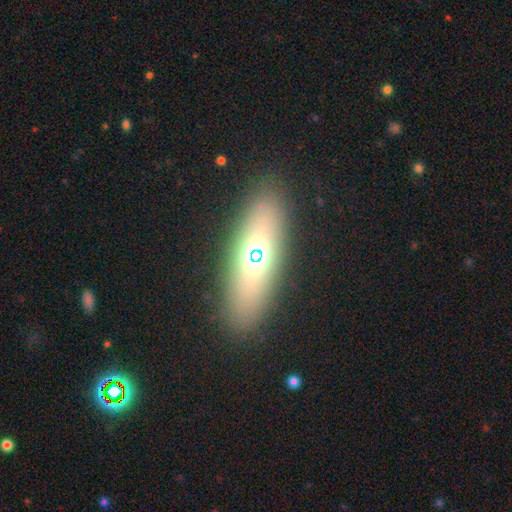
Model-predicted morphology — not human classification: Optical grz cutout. It shows a smooth galaxy with no disk features (55%) that is in between round and cigar-shaped (69%). Merging: none (88%).